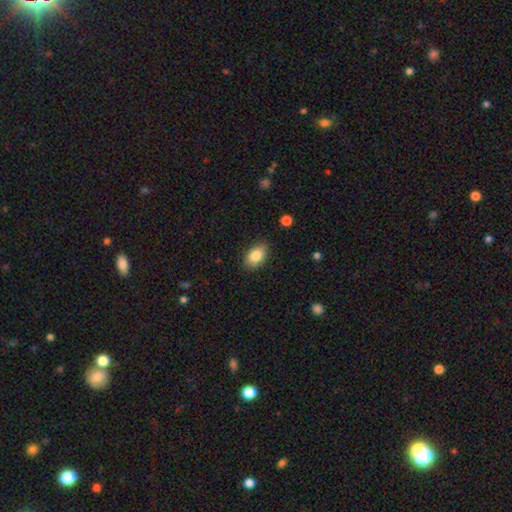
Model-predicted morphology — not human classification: A smooth galaxy with no disk features (85%) that is in between round and cigar-shaped (87%).

Vote fractions:
- Smooth or featured? smooth: 85% / star or artifact: 8% / featured or disk: 7%
- How rounded? in between: 87% / round: 11% / cigar-shaped: 1%
- Merging? none: 85% / minor disturbance: 11% / major disturbance: 3% / merger: 1%